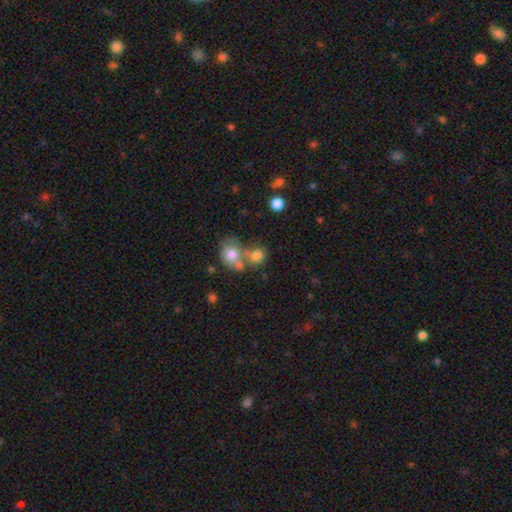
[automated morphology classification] Smooth or featured? Predicted: smooth (p=0.75). How rounded? Predicted: round (p=0.55). Merging? Predicted: merger (p=0.49).